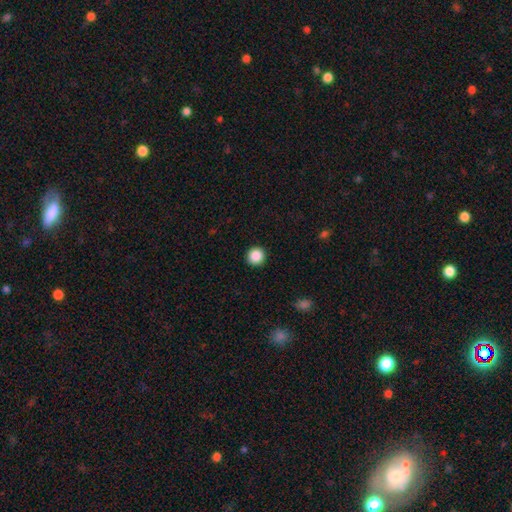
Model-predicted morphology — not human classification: smooth_or_featured: smooth (p=0.88) [alt: star or artifact p=0.09]
how_rounded: round (p=0.96) [alt: in between p=0.03]
merging: none (p=0.93) [alt: minor disturbance p=0.04]